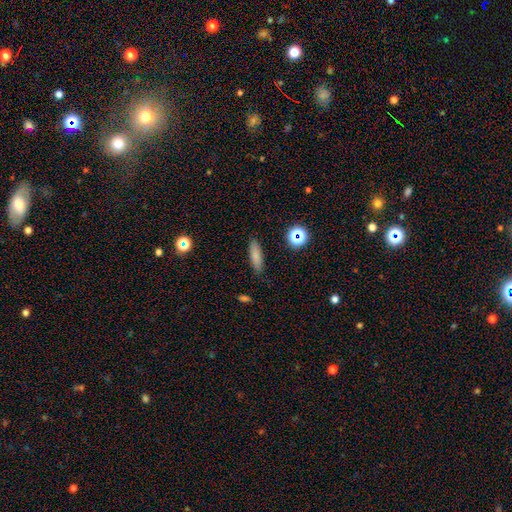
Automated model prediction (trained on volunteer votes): Q: Smooth or featured?
A: smooth (79%); runner-up: featured or disk (11%)
Q: How rounded?
A: cigar-shaped (60%); runner-up: in between (37%)
Q: Merging?
A: none (88%); runner-up: minor disturbance (9%)